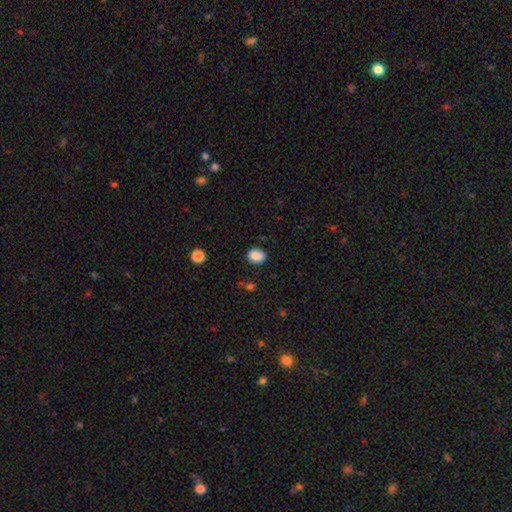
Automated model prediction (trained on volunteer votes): Smooth or featured? smooth (87%)
How rounded? round (57%)
Merging? none (83%)